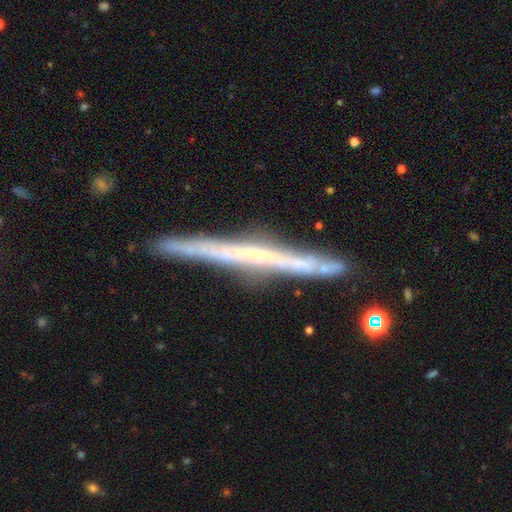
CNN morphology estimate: Smooth or featured? Predicted: featured or disk (p=0.73). Edge-on disk? Predicted: yes (p=0.96). Edge-on bulge? Predicted: none (p=0.78). Merging? Predicted: none (p=0.86).